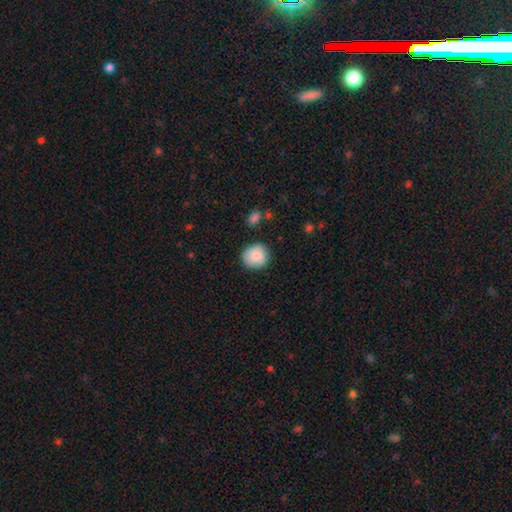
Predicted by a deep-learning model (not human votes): Q: Smooth or featured?
A: smooth (86%); runner-up: featured or disk (7%)
Q: How rounded?
A: round (89%); runner-up: in between (10%)
Q: Merging?
A: none (83%); runner-up: minor disturbance (12%)